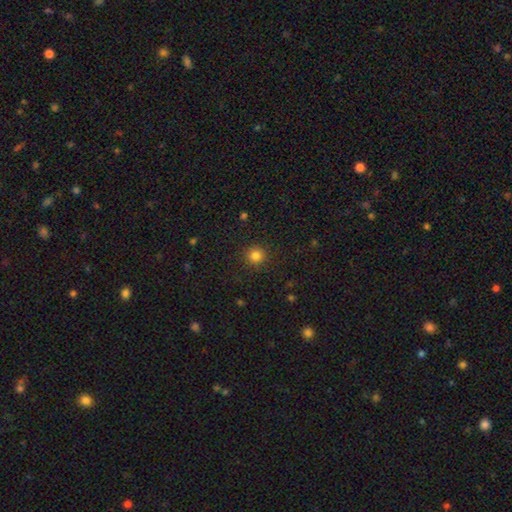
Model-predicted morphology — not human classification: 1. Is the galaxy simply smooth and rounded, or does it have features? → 83% smooth, 13% star or artifact, 4% featured or disk.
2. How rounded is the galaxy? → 93% round, 6% in between, 1% cigar-shaped.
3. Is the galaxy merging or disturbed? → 91% none, 6% minor disturbance, 2% major disturbance, 1% merger.